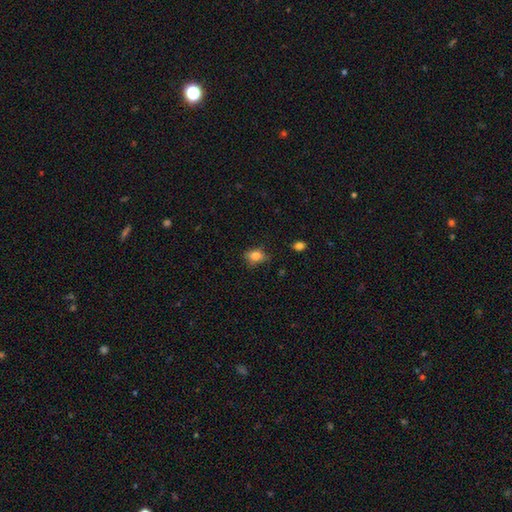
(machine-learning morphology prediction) smooth_or_featured: smooth (p=0.81) [alt: star or artifact p=0.10]
how_rounded: in between (p=0.61) [alt: round p=0.38]
merging: none (p=0.71) [alt: minor disturbance p=0.23]